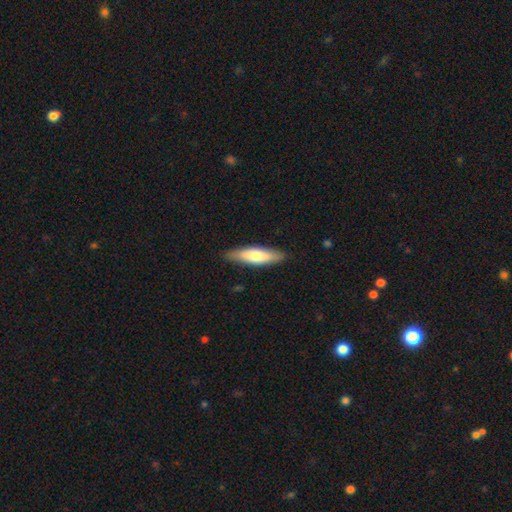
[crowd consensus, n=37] Volunteers were most divided on "smooth or featured": smooth: 59%, featured or disk: 35%, star or artifact: 5%. More confident: merging — none (89%); how rounded — cigar-shaped (73%).